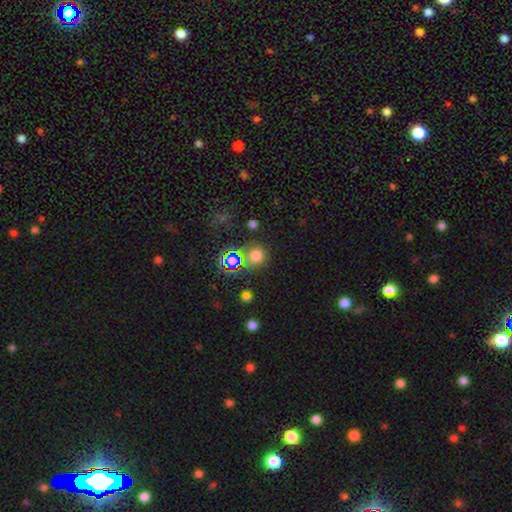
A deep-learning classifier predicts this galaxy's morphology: The model was most divided on "smooth or featured": smooth: 64%, star or artifact: 29%, featured or disk: 7%. More confident: how rounded — round (87%); merging — none (74%).